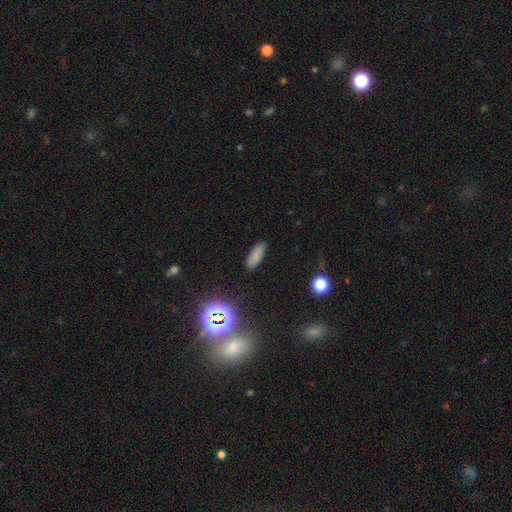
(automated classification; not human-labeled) Q: Smooth or featured?
A: smooth (79%); runner-up: star or artifact (13%)
Q: How rounded?
A: in between (69%); runner-up: cigar-shaped (28%)
Q: Merging?
A: none (86%); runner-up: minor disturbance (10%)